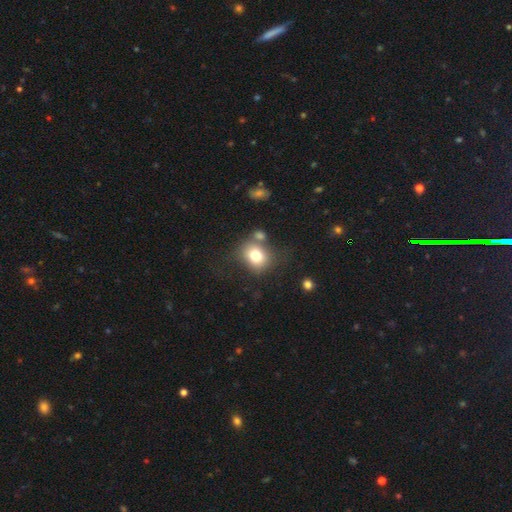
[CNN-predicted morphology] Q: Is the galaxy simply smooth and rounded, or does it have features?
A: smooth — 76%.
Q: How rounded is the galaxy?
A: round — 68%.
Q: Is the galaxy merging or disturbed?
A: none — 61%.